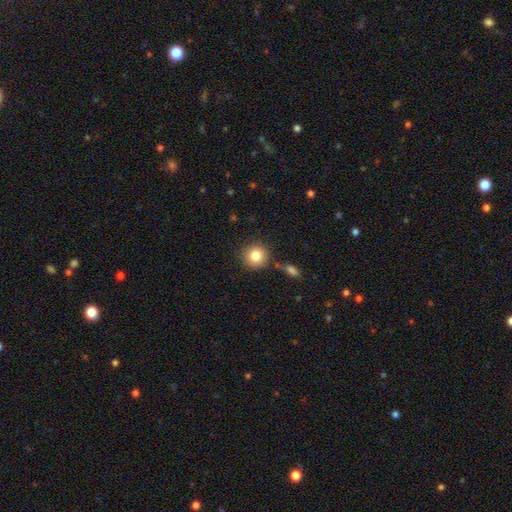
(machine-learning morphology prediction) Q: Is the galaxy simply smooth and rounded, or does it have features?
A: smooth — 83%.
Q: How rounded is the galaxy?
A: round — 92%.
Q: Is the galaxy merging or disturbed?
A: none — 84%.